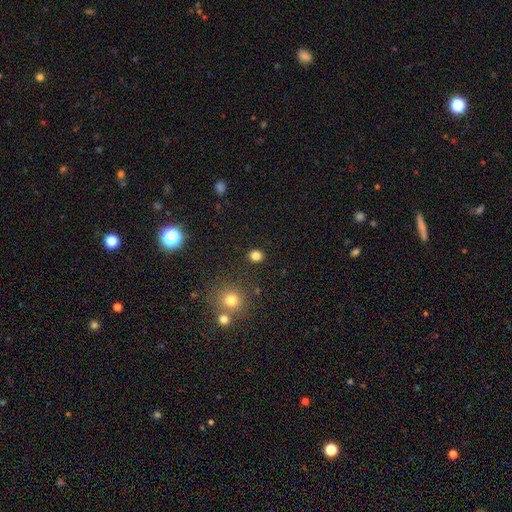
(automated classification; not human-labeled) Smooth or featured?
  - smooth: 81% *
  - star or artifact: 15%
  - featured or disk: 4%
How rounded?
  - round: 70% *
  - in between: 29%
  - cigar-shaped: 1%
Merging?
  - none: 88% *
  - minor disturbance: 7%
  - merger: 3%
  - major disturbance: 2%